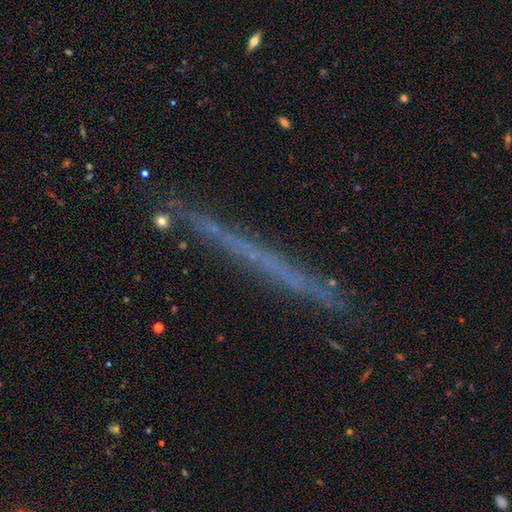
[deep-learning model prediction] Morphology: type=featured or disk (51%); edge-on=yes (94%); merging=none (85%).